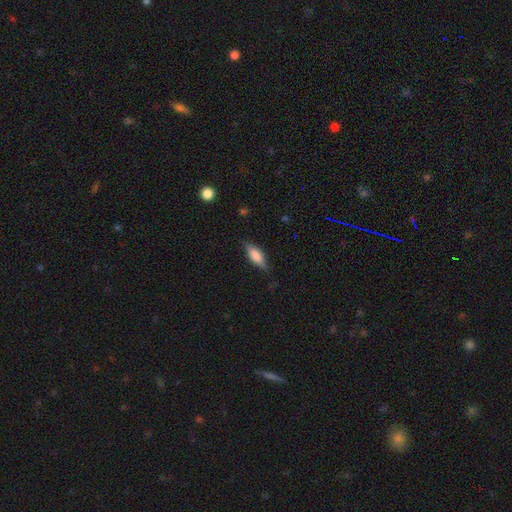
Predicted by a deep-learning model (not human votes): smooth-or-featured: smooth: 62% | featured or disk: 31% | star or artifact: 7%
  how-rounded: in between: 63% | cigar-shaped: 34% | round: 3%
  merging: none: 77% | minor disturbance: 18% | major disturbance: 4% | merger: 1%